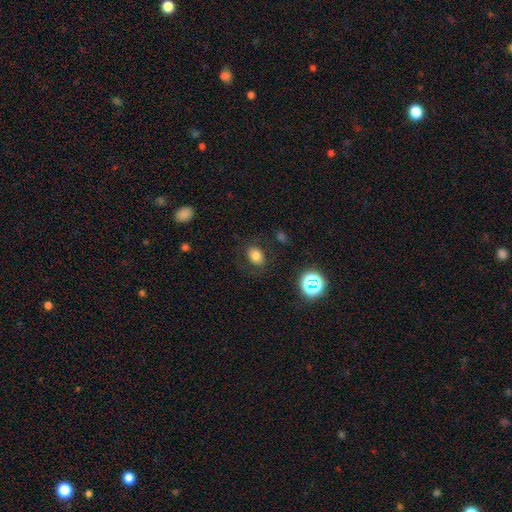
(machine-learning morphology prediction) This is likely a smooth galaxy (75%). How rounded: likely in between (66%). Merging: likely none (79%).